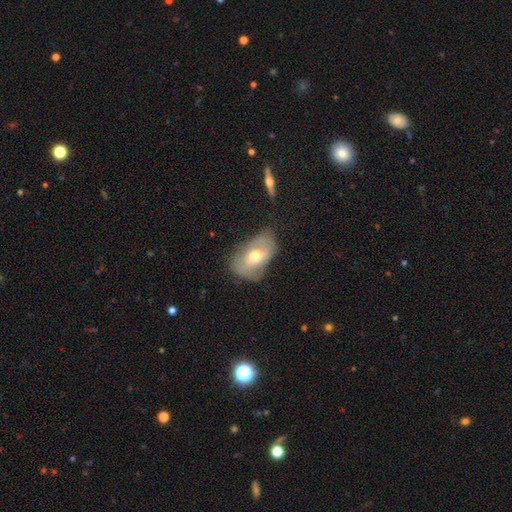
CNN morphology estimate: smooth 49%, featured or disk 43%, star or artifact 7%. Down the decision tree: merging — none (51%).